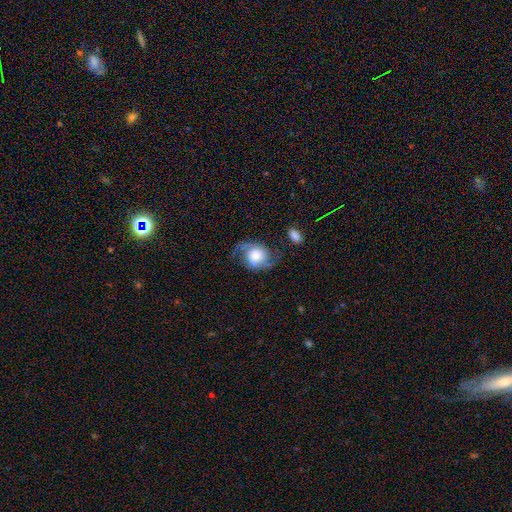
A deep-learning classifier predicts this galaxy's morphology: A featured or disk galaxy (79%) with no bar (72%), 2 (92%) medium (48%) spiral arms (95%) and a large central bulge (44%).

Vote fractions:
- Smooth or featured? featured or disk: 79% / smooth: 14% / star or artifact: 7%
- Edge-on disk? no: 98% / yes: 2%
- Bar? no: 72% / weak: 23% / strong: 5%
- Spiral arms? yes: 95% / no: 5%
- Spiral winding? medium: 48% / loose: 35% / tight: 17%
- Spiral arm count? 2: 92% / 1: 2% / can't tell: 2% / 3: 1% / 4: 1% / more than 4: 1%
- Bulge size? large: 44% / moderate: 25% / dominant: 13% / small: 12% / none: 6%
- Merging? none: 68% / minor disturbance: 19% / major disturbance: 10% / merger: 4%